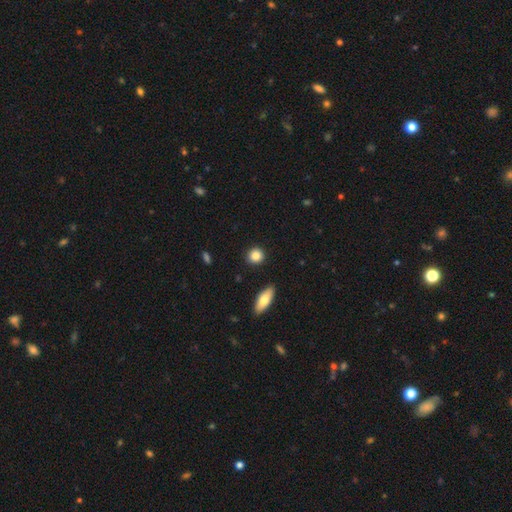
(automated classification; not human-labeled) Smooth or featured? Predicted: smooth (p=0.86). How rounded? Predicted: round (p=0.85). Merging? Predicted: none (p=0.89).